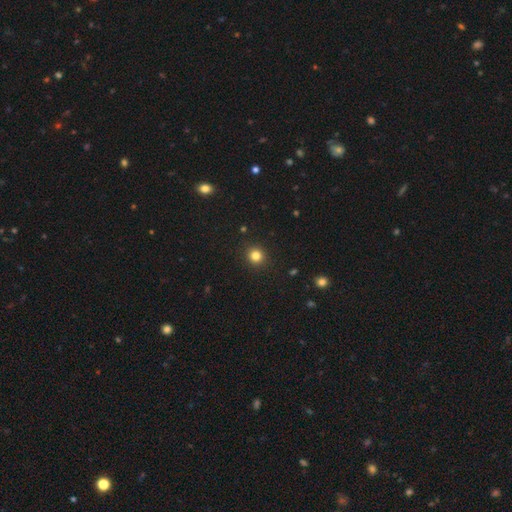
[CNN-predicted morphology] A smooth galaxy with no disk features (82%) that is round (91%). Merging: none (92%).